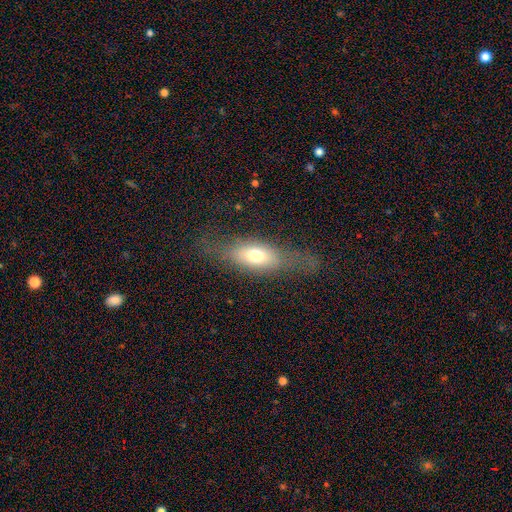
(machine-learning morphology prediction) smooth 61%, featured or disk 30%, star or artifact 9%. Down the decision tree: how rounded — in between (67%); merging — none (57%).